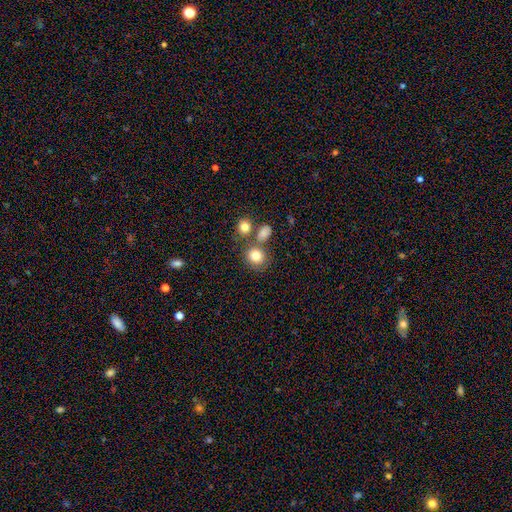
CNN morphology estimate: type=smooth (80%); roundness=round (73%); merging=none (58%).